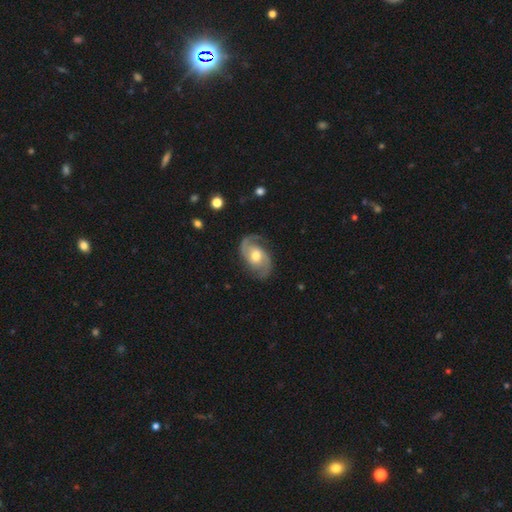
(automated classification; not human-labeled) smooth-or-featured: featured or disk: 89% | smooth: 7% | star or artifact: 4%
  disk-edge-on: no: 97% | yes: 3%
    bar: no: 54% | weak: 37% | strong: 9%
    has-spiral-arms: yes: 97% | no: 3%
      spiral-winding: medium: 55% | tight: 23% | loose: 22%
      spiral-arm-count: 2: 92% | can't tell: 2% | 1: 2% | 3: 1% | 4: 1% | more than 4: 1%
    bulge-size: moderate: 74% | small: 16% | large: 7% | none: 1% | dominant: 1%
  merging: none: 80% | minor disturbance: 14% | major disturbance: 5% | merger: 1%